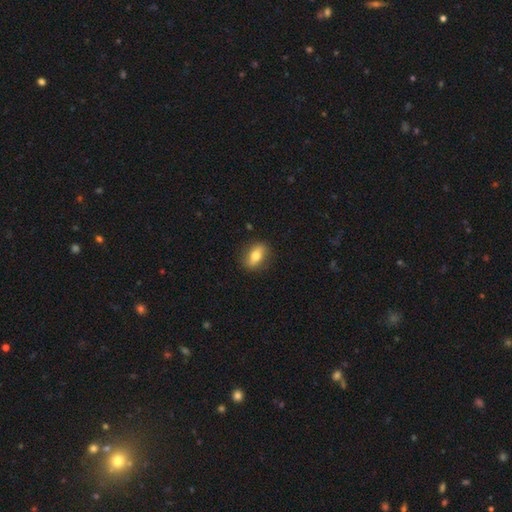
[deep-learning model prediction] Smooth or featured?
  - smooth: 68% *
  - featured or disk: 25%
  - star or artifact: 7%
How rounded?
  - in between: 75% *
  - round: 18%
  - cigar-shaped: 8%
Merging?
  - none: 85% *
  - minor disturbance: 11%
  - major disturbance: 3%
  - merger: 1%